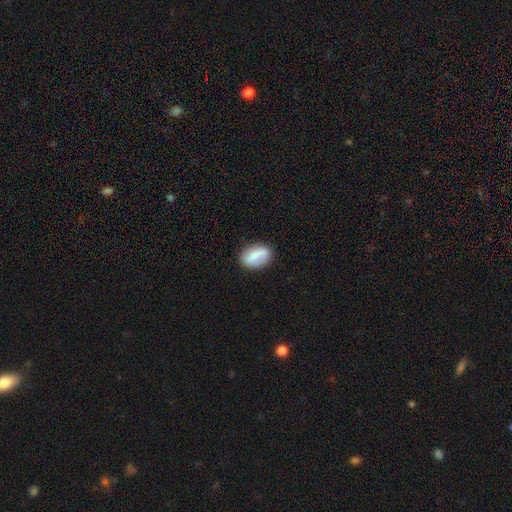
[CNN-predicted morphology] The model was most divided on "smooth or featured": smooth: 72%, featured or disk: 20%, star or artifact: 7%. More confident: how rounded — in between (83%); merging — none (81%).